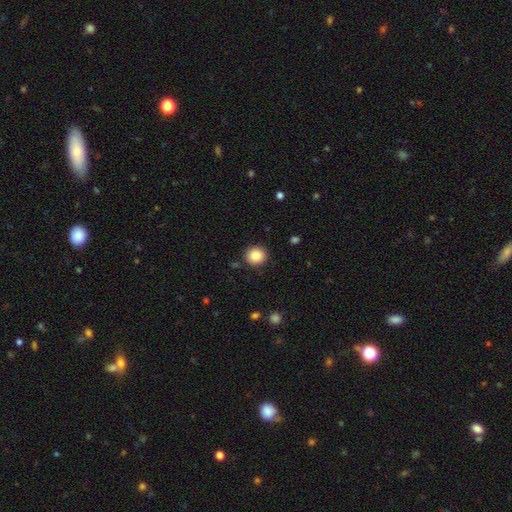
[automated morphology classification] This appears to be a smooth galaxy with no disk features (87%) that is round (90%). Merging: none (90%).